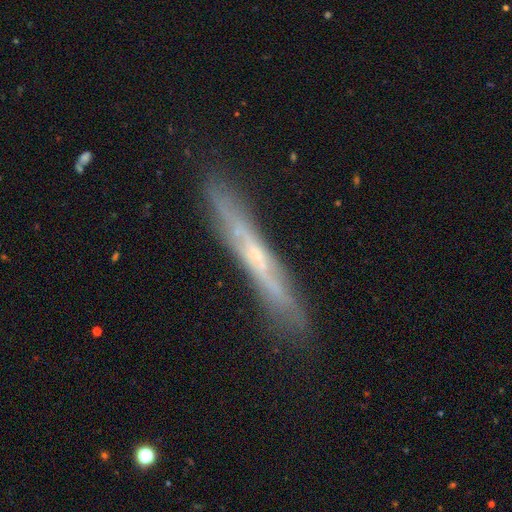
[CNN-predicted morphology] This is likely a featured or disk galaxy (64%). It is clearly viewed edge-on (89%). Edge-on bulge: likely none (62%). Merging: clearly none (83%).